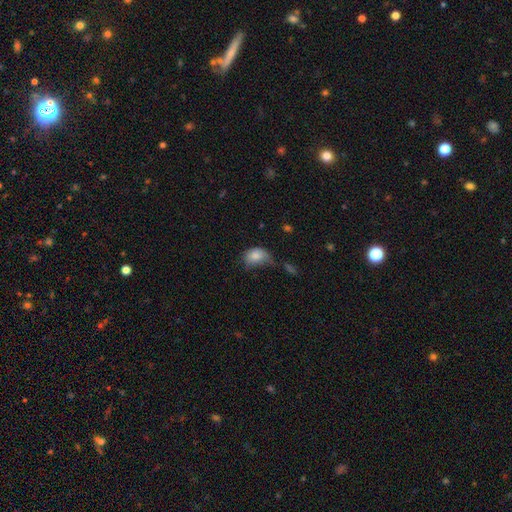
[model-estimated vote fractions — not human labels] Overall: smooth (80%). How rounded: in between (76%). Merging: minor disturbance (36%; none 29%).